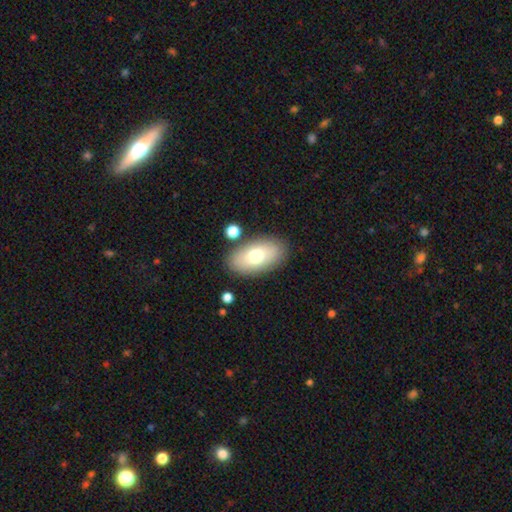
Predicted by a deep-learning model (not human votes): Smooth or featured: smooth — 72% (featured or disk — 20%)
How rounded: in between — 93% (round — 5%)
Merging: none — 84% (minor disturbance — 10%)